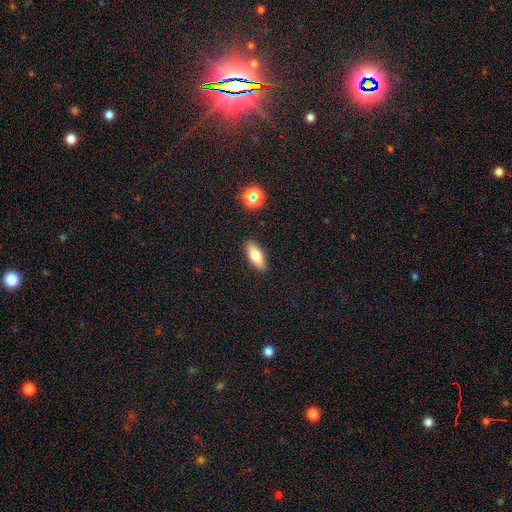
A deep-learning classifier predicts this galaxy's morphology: Smooth or featured: smooth — 74% (featured or disk — 18%)
How rounded: in between — 71% (cigar-shaped — 26%)
Merging: none — 89% (minor disturbance — 8%)